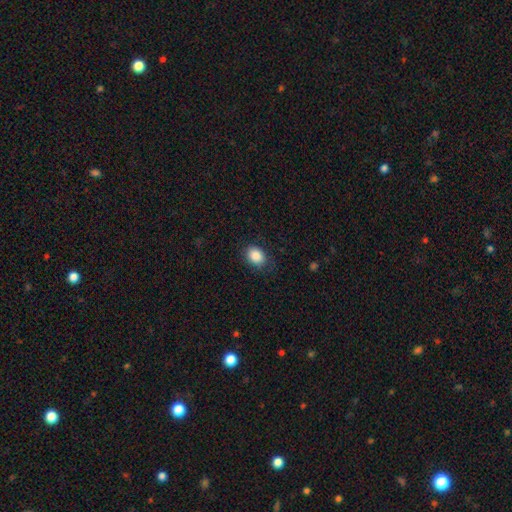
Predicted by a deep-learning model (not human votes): Smooth or featured: smooth — 88% (star or artifact — 8%)
How rounded: in between — 69% (round — 30%)
Merging: none — 79% (minor disturbance — 15%)